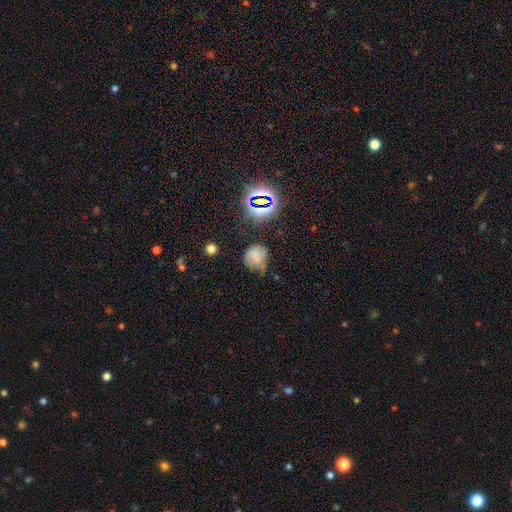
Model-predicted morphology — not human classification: Overall: smooth (60%; star or artifact 22%). How rounded: round (77%). Merging: none (46%; minor disturbance 35%).